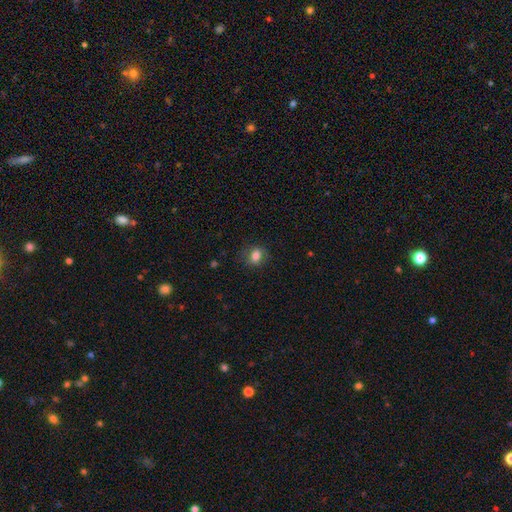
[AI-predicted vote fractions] A smooth galaxy with no disk features (79%) that is in between round and cigar-shaped (60%). Merging: none (73%).